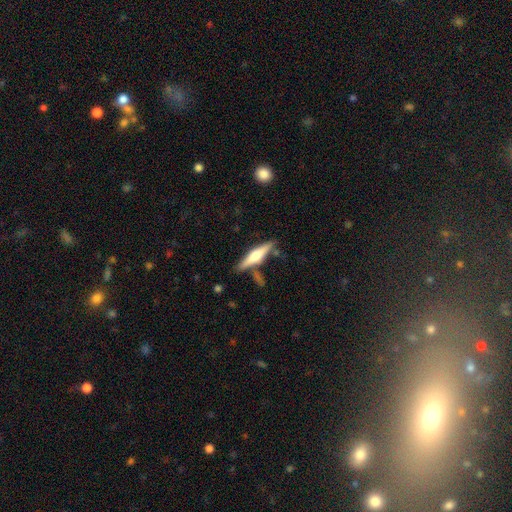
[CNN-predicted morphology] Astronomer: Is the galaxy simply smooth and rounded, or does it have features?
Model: featured or disk — 57% (runner-up: smooth, 37%).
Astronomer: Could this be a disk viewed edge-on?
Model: yes — 96%.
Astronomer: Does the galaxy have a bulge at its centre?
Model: rounded — 88%.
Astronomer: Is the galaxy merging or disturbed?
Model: none — 77%.